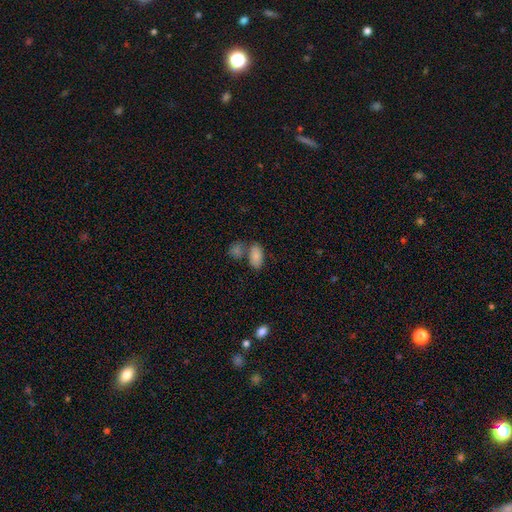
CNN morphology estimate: Smooth or featured?
  - smooth: 84% *
  - star or artifact: 8%
  - featured or disk: 8%
How rounded?
  - in between: 93% *
  - round: 5%
  - cigar-shaped: 2%
Merging?
  - none: 51% *
  - merger: 33%
  - minor disturbance: 12%
  - major disturbance: 4%